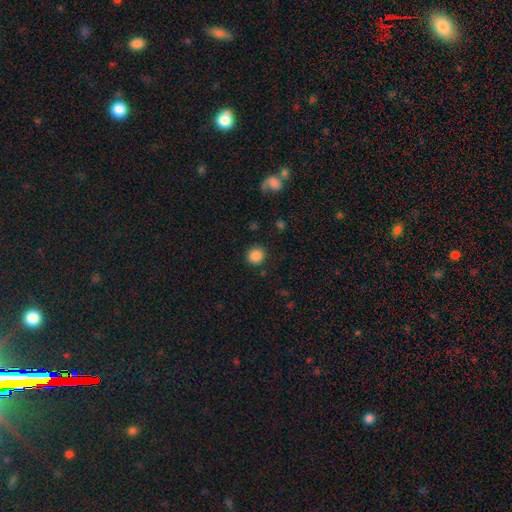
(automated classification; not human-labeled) smooth_or_featured: smooth (p=0.86) [alt: star or artifact p=0.10]
how_rounded: round (p=0.91) [alt: in between p=0.08]
merging: none (p=0.89) [alt: minor disturbance p=0.07]